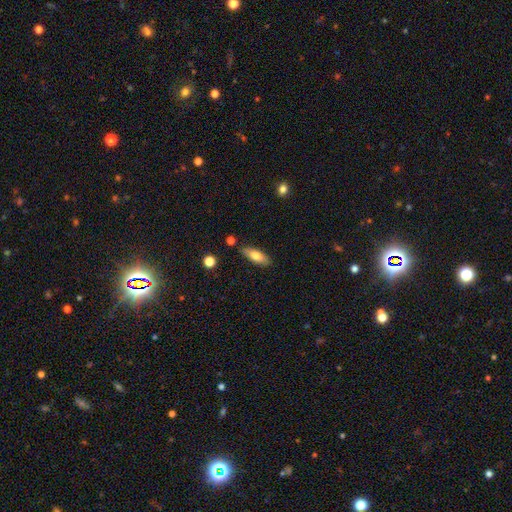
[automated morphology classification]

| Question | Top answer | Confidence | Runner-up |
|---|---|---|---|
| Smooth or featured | smooth | 71% | featured or disk (22%) |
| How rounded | in between | 67% | cigar-shaped (31%) |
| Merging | none | 82% | minor disturbance (12%) |